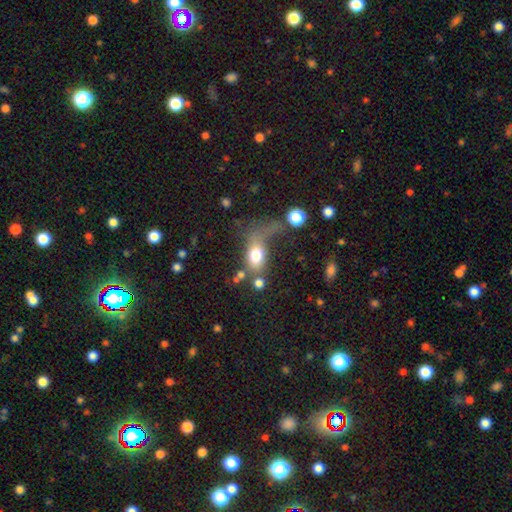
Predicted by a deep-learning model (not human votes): This is likely a smooth galaxy (72%). How rounded: likely in between (77%). Merging: marginally major disturbance (38%).